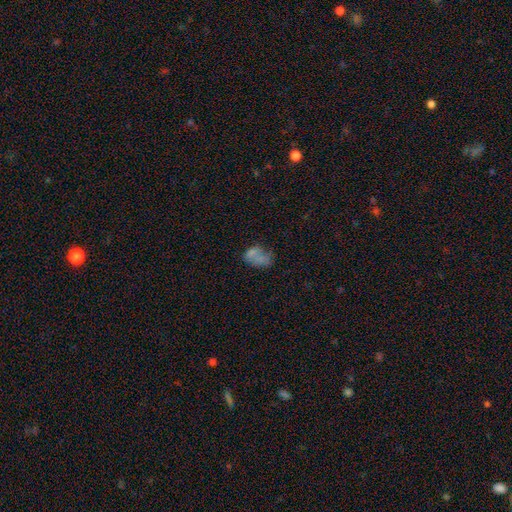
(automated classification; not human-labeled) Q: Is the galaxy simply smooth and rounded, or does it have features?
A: smooth — 64%.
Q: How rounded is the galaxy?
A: in between — 85%.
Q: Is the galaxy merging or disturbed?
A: none — 32%.